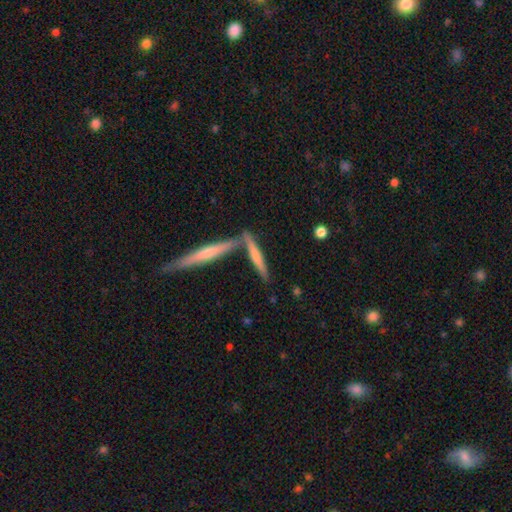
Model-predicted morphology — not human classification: A smooth galaxy with no disk features (53%) that is cigar-shaped (89%). Merging: none (61%).